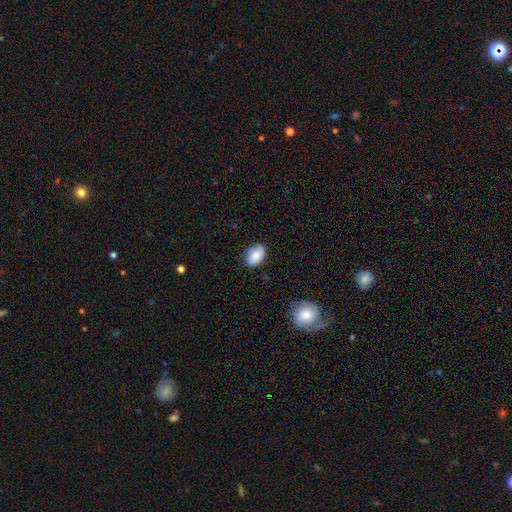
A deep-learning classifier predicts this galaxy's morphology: Q: Smooth or featured?
A: smooth (83%); runner-up: featured or disk (10%)
Q: How rounded?
A: in between (90%); runner-up: round (9%)
Q: Merging?
A: none (80%); runner-up: minor disturbance (16%)